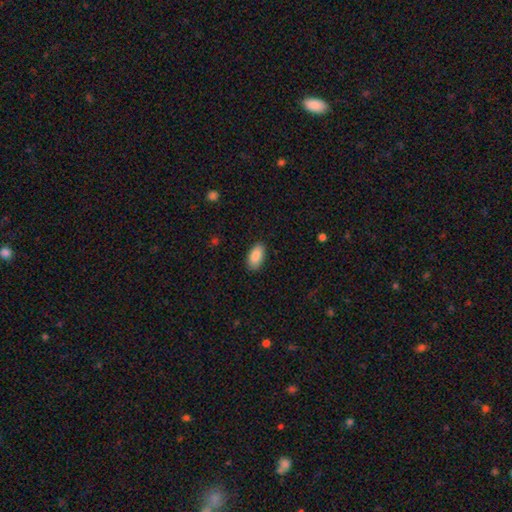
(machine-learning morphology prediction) type=smooth (89%); roundness=in between (94%); merging=none (88%).